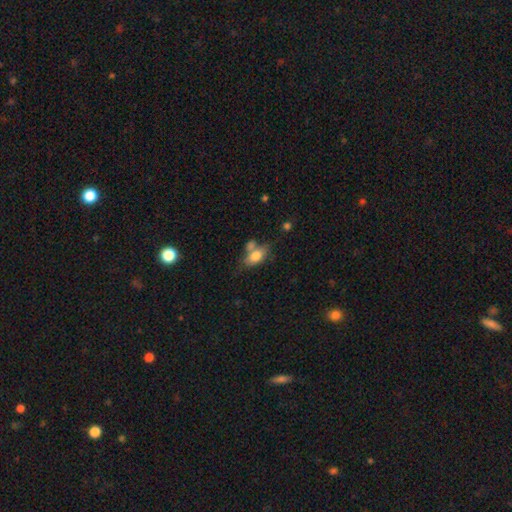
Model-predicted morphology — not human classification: This appears to be a smooth galaxy with no disk features (76%) that is in between round and cigar-shaped (85%). Merging: none (48%).